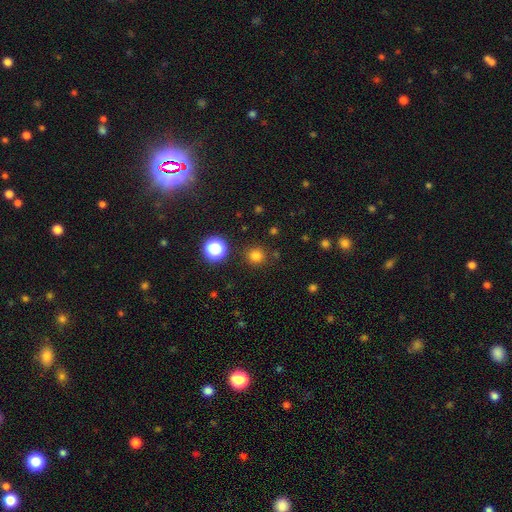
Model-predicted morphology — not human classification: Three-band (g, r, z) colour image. It shows a smooth galaxy with no disk features (79%) that is round (94%). Merging: none (88%).